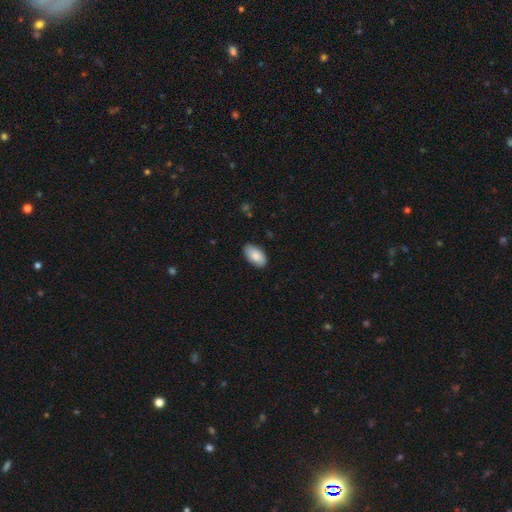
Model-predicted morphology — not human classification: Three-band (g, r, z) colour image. It shows a smooth galaxy with no disk features (85%) that is in between round and cigar-shaped (95%). Merging: none (86%).